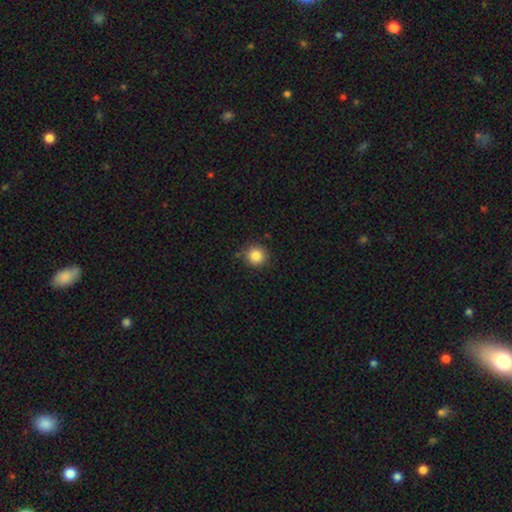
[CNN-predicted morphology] Smooth or featured: smooth — 85% (star or artifact — 10%)
How rounded: round — 93% (in between — 6%)
Merging: none — 84% (minor disturbance — 12%)